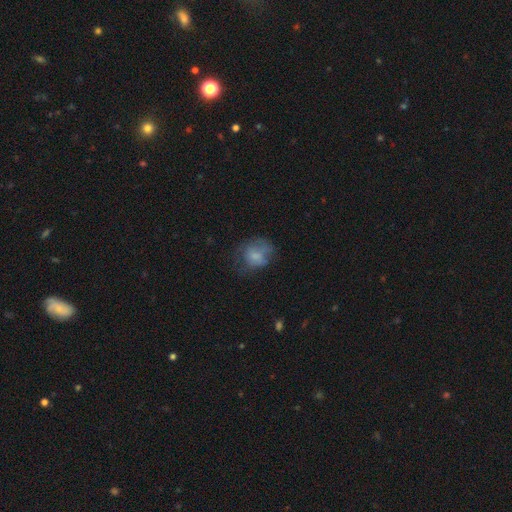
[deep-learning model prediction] Q: Smooth or featured?
A: smooth (62%); runner-up: featured or disk (27%)
Q: How rounded?
A: round (57%); runner-up: in between (42%)
Q: Merging?
A: none (43%); runner-up: major disturbance (28%)